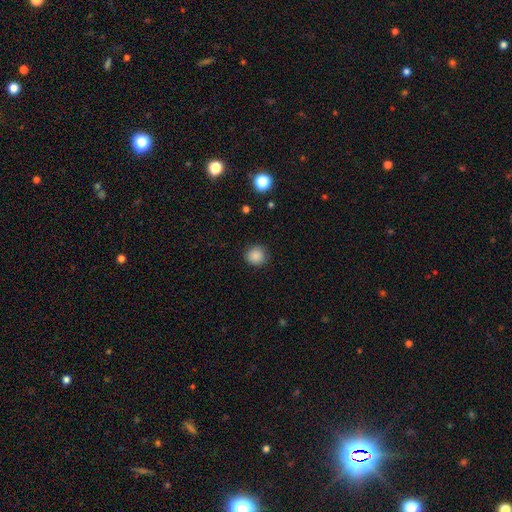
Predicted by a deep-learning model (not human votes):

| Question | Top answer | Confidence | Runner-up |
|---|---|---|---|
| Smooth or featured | smooth | 87% | star or artifact (10%) |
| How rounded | round | 92% | in between (7%) |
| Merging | none | 89% | minor disturbance (7%) |